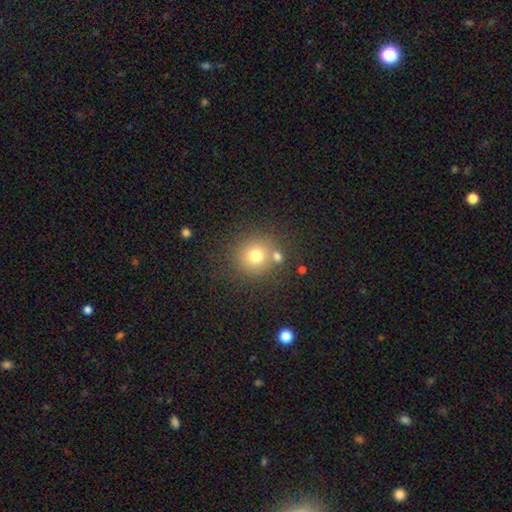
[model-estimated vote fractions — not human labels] Morphology: type=smooth (74%); roundness=round (91%); merging=none (71%).